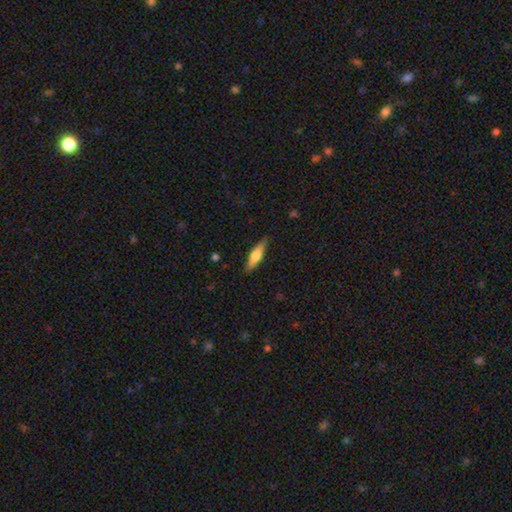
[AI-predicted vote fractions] smooth-or-featured: smooth: 59% | featured or disk: 35% | star or artifact: 6%
  how-rounded: cigar-shaped: 71% | in between: 27% | round: 2%
  merging: none: 88% | minor disturbance: 9% | major disturbance: 2% | merger: 1%